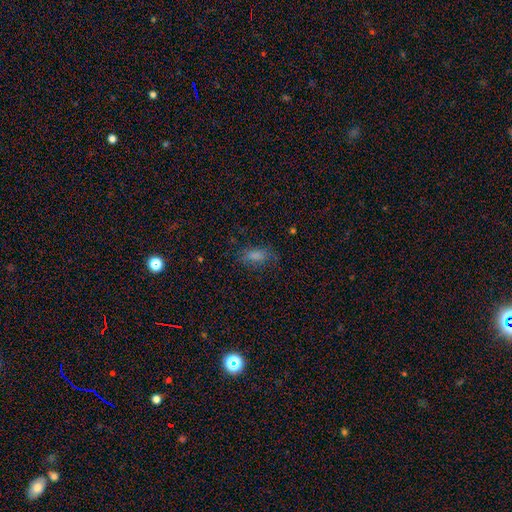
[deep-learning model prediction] Overall: smooth (74%). How rounded: in between (86%). Merging: none (63%).